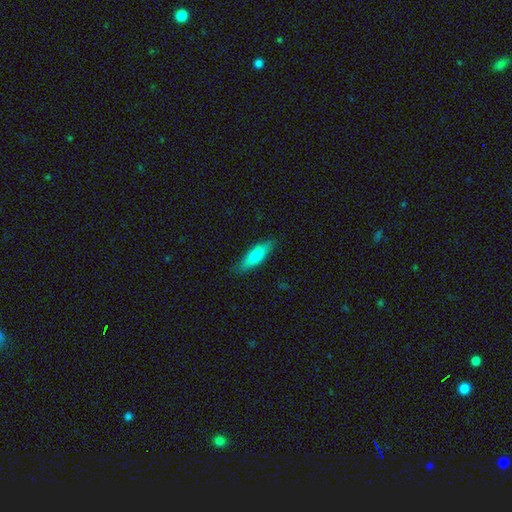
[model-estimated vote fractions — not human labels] Smooth or featured? smooth (77%)
How rounded? cigar-shaped (60%)
Merging? none (86%)